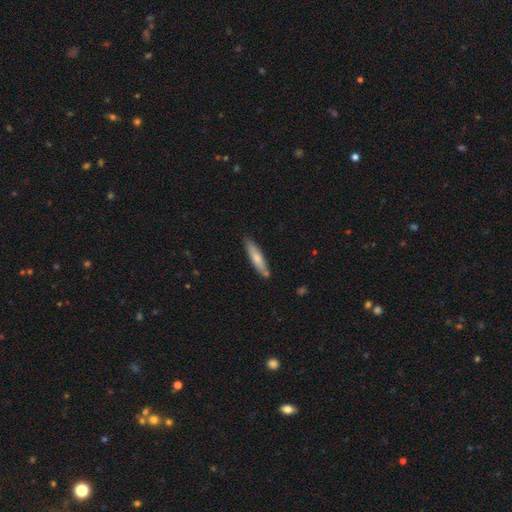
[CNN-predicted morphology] The model was most divided on "smooth or featured": smooth: 65%, featured or disk: 29%, star or artifact: 6%. More confident: how rounded — cigar-shaped (85%); merging — none (82%).